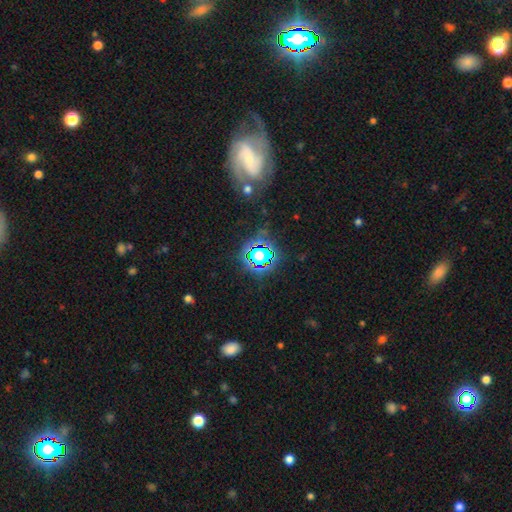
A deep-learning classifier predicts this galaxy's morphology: This appears to be a star or artifact, not a galaxy (68%).